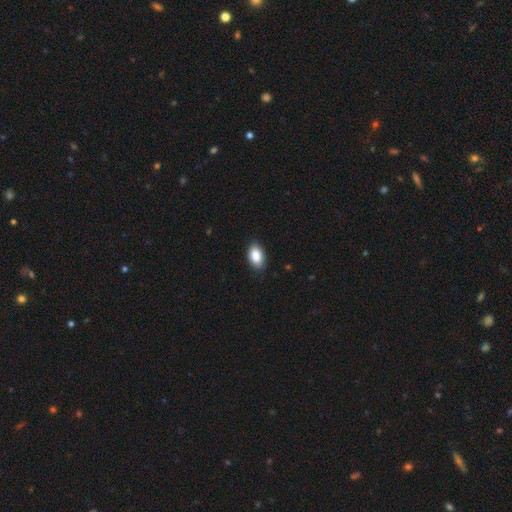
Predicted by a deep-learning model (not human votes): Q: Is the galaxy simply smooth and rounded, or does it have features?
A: smooth — 87%.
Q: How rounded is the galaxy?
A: in between — 92%.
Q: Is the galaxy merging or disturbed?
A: none — 85%.